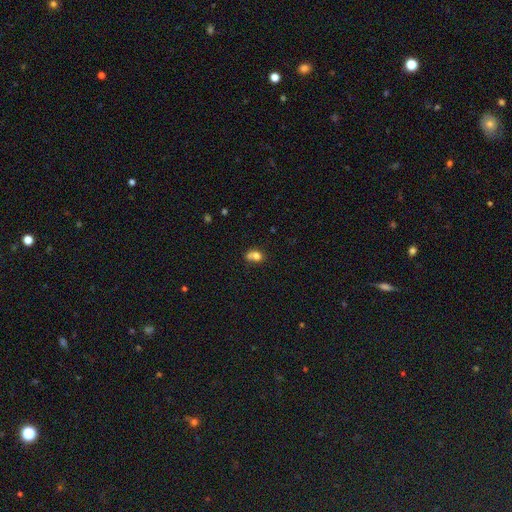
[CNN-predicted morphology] smooth_or_featured: smooth (p=0.74) [alt: featured or disk p=0.14]
how_rounded: round (p=0.53) [alt: in between p=0.46]
merging: merger (p=0.47) [alt: none p=0.34]